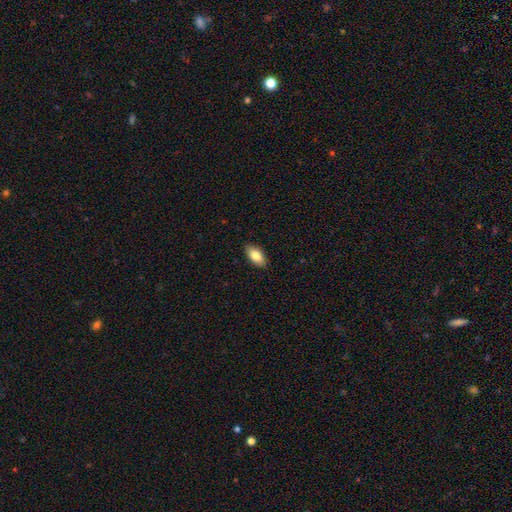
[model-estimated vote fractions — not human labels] Q: Smooth or featured?
A: smooth (82%); runner-up: featured or disk (11%)
Q: How rounded?
A: in between (92%); runner-up: cigar-shaped (5%)
Q: Merging?
A: none (89%); runner-up: minor disturbance (8%)